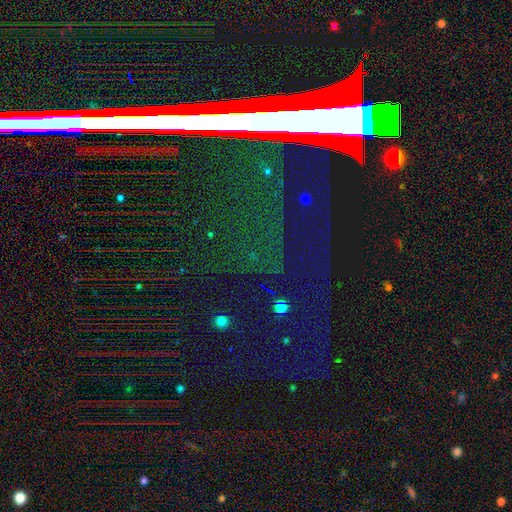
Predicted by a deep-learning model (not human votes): Smooth or featured?
  - star or artifact: 73% *
  - featured or disk: 15%
  - smooth: 12%